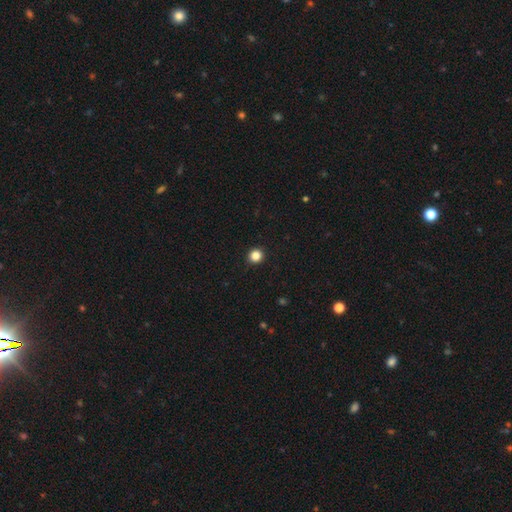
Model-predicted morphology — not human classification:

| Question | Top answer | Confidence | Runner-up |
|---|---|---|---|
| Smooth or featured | smooth | 84% | star or artifact (12%) |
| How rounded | round | 93% | in between (6%) |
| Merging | none | 93% | minor disturbance (4%) |